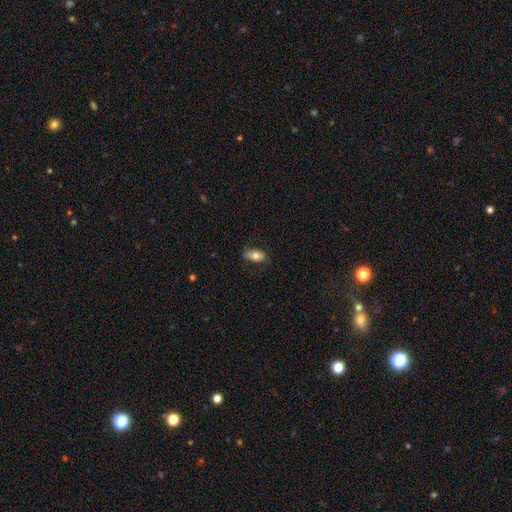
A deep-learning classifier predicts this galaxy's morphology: The model was most divided on "merging": none: 75%, minor disturbance: 19%, major disturbance: 5%, merger: 1%. More confident: how rounded — in between (89%); smooth or featured — smooth (76%).